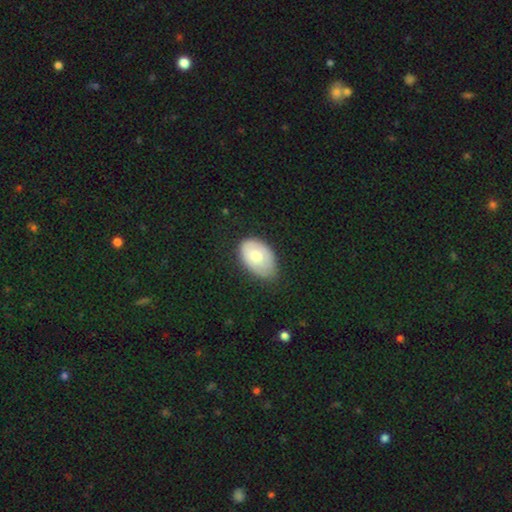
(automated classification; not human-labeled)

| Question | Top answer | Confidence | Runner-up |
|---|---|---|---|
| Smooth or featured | smooth | 71% | featured or disk (22%) |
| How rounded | in between | 90% | round (9%) |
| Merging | none | 57% | minor disturbance (34%) |